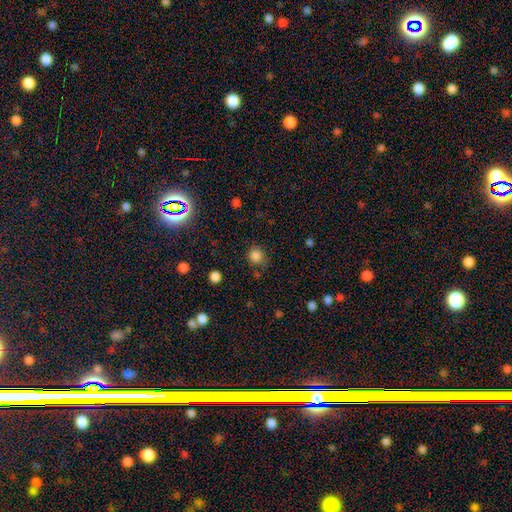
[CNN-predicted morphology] This is clearly a smooth galaxy (82%). How rounded: clearly round (84%). Merging: likely none (77%).